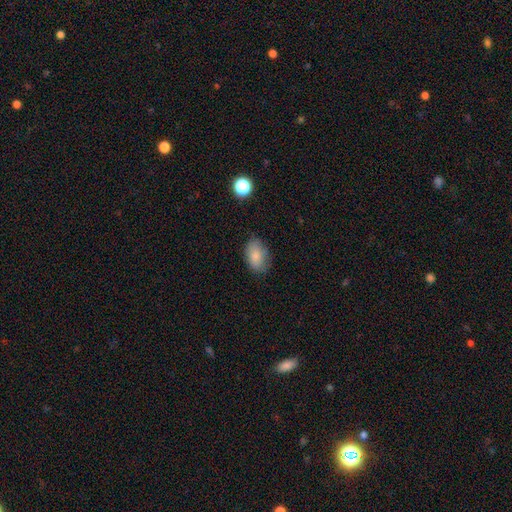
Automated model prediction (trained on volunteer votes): smooth_or_featured: smooth (p=0.83) [alt: featured or disk p=0.09]
how_rounded: in between (p=0.89) [alt: round p=0.10]
merging: none (p=0.78) [alt: minor disturbance p=0.17]